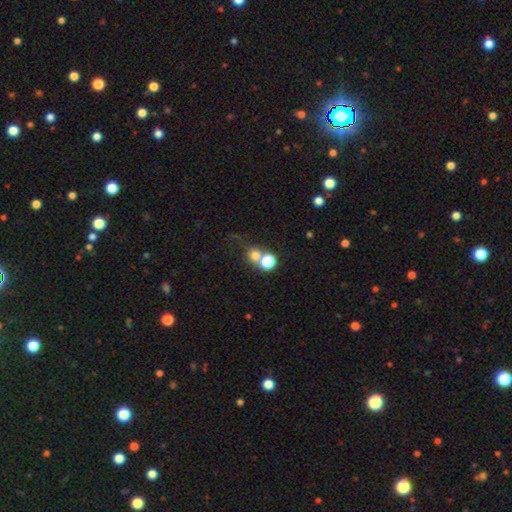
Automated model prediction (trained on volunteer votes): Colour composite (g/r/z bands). It shows a smooth galaxy with no disk features (70%) that is round (84%). Merging: none (49%).